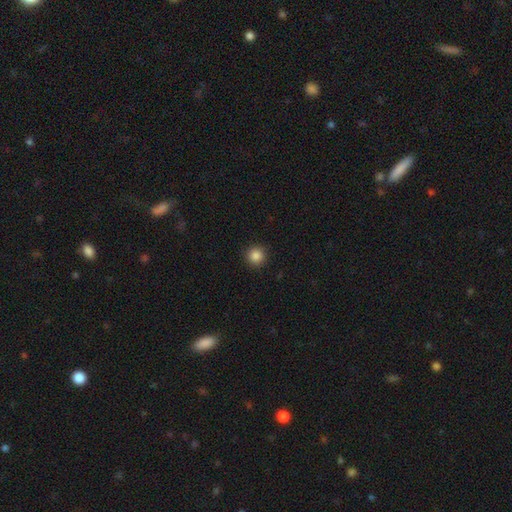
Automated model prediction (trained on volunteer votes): smooth-or-featured: smooth: 86% | star or artifact: 11% | featured or disk: 4%
  how-rounded: round: 95% | in between: 4% | cigar-shaped: 1%
  merging: none: 92% | minor disturbance: 5% | major disturbance: 2% | merger: 1%